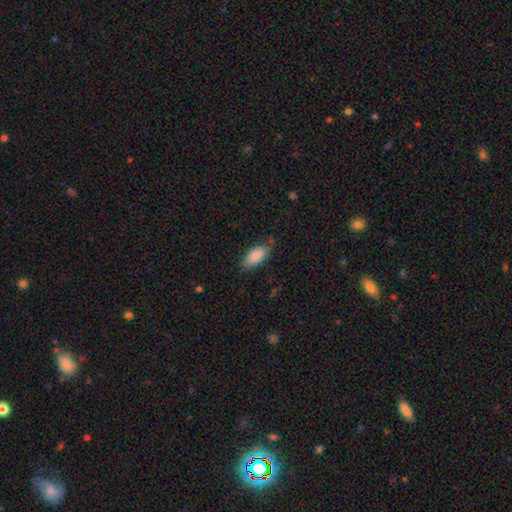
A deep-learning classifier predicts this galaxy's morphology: The model was most divided on "merging": none: 71%, minor disturbance: 23%, major disturbance: 4%, merger: 2%. More confident: how rounded — in between (88%); smooth or featured — smooth (86%).